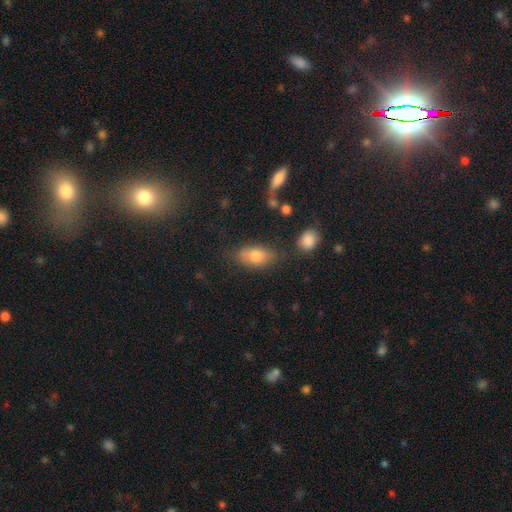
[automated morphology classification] Overall: smooth (73%). How rounded: in between (85%). Merging: none (73%).